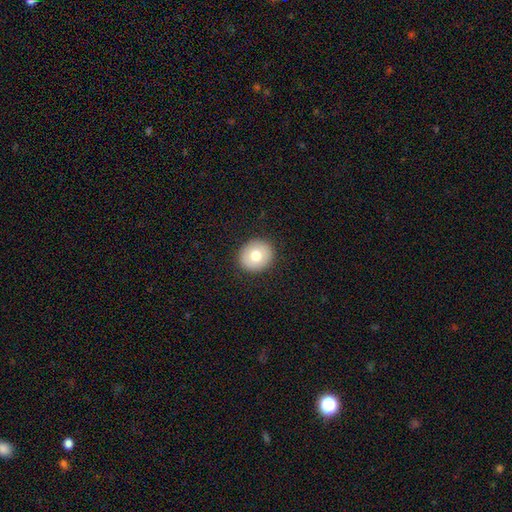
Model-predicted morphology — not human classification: This appears to be a smooth galaxy with no disk features (75%) that is round (81%). Merging: none (91%).